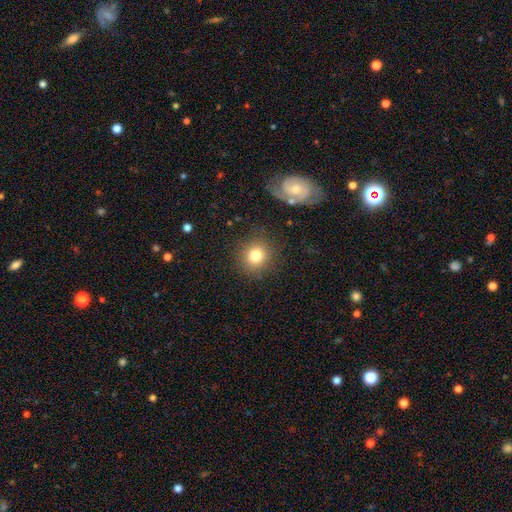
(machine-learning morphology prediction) The model was most divided on "smooth or featured": smooth: 80%, star or artifact: 11%, featured or disk: 9%. More confident: how rounded — round (86%); merging — none (85%).